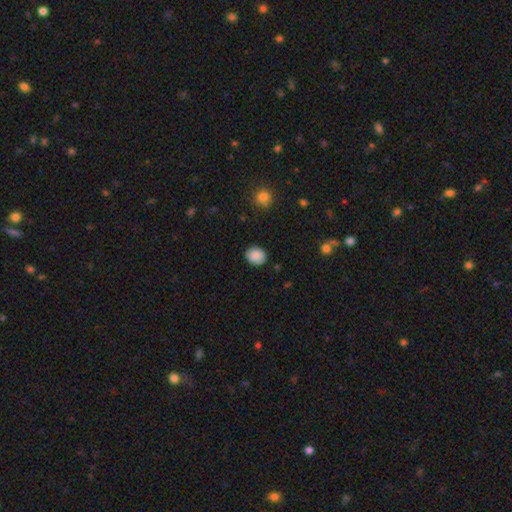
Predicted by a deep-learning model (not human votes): A smooth galaxy with no disk features (87%) that is round (73%). Merging: none (87%).